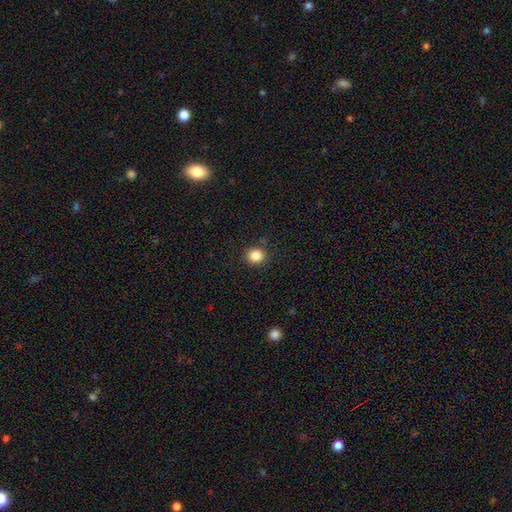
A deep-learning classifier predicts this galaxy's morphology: Overall: smooth (85%). How rounded: round (83%). Merging: none (87%).